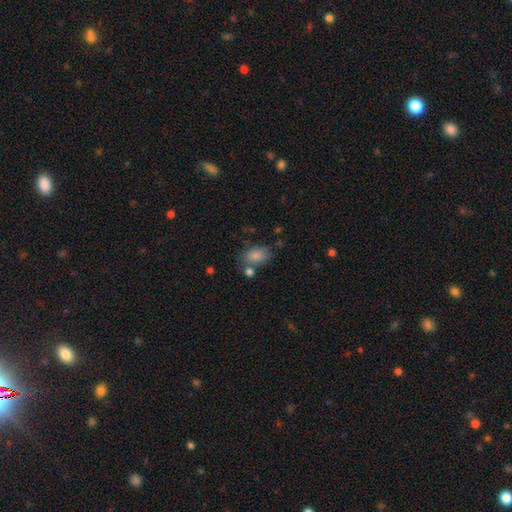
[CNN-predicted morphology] A smooth galaxy with no disk features (84%) that is in between round and cigar-shaped (84%). Merging: none (62%).